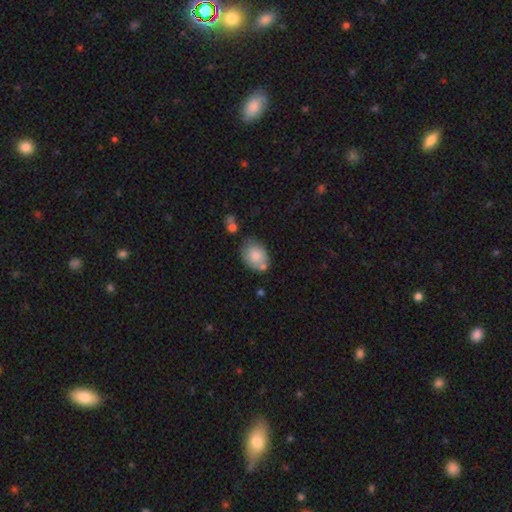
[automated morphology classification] type=smooth (80%); roundness=in between (75%); merging=none (59%).